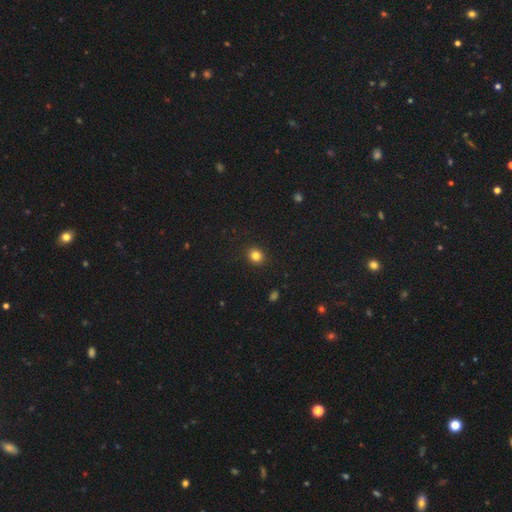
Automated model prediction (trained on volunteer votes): This is clearly a smooth galaxy (83%). How rounded: likely round (76%). Merging: clearly none (91%).